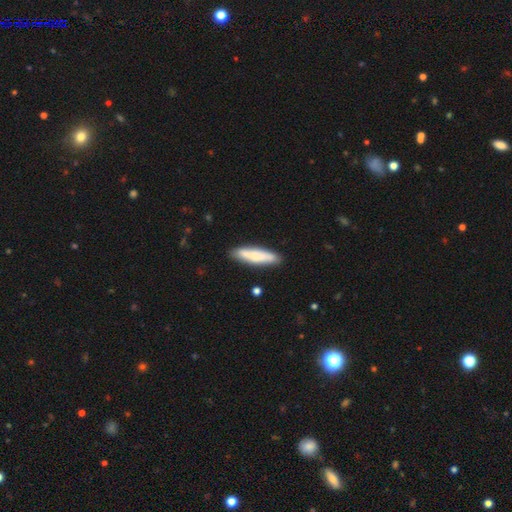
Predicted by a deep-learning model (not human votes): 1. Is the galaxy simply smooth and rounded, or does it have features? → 75% smooth, 19% featured or disk, 6% star or artifact.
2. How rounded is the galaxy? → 78% cigar-shaped, 20% in between, 1% round.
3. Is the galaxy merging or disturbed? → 83% none, 12% minor disturbance, 2% major disturbance, 2% merger.